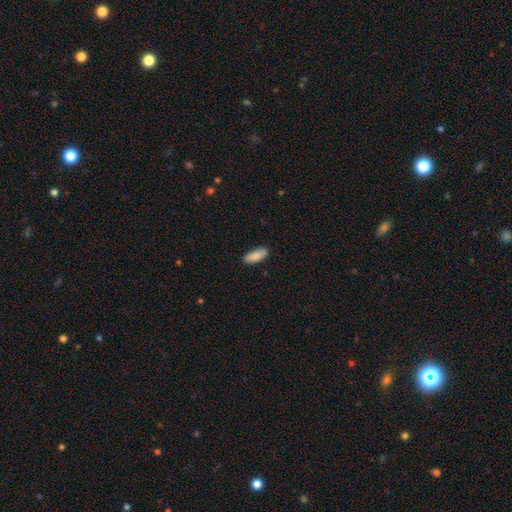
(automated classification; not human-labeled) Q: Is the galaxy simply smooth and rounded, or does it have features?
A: smooth — 89%.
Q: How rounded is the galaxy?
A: in between — 72%.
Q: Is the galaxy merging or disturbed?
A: none — 89%.